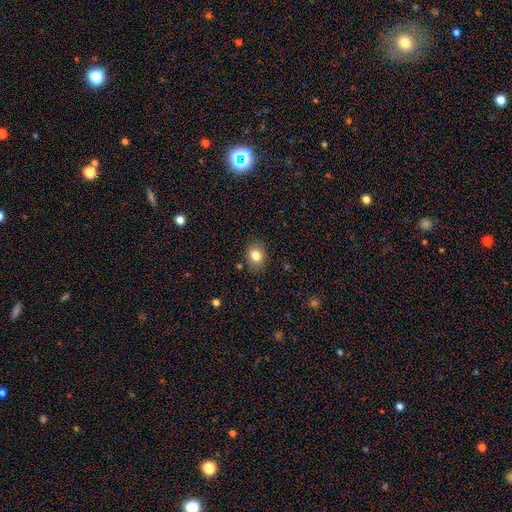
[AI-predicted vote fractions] smooth_or_featured: smooth (p=0.82) [alt: star or artifact p=0.09]
how_rounded: in between (p=0.55) [alt: round p=0.44]
merging: none (p=0.84) [alt: minor disturbance p=0.12]